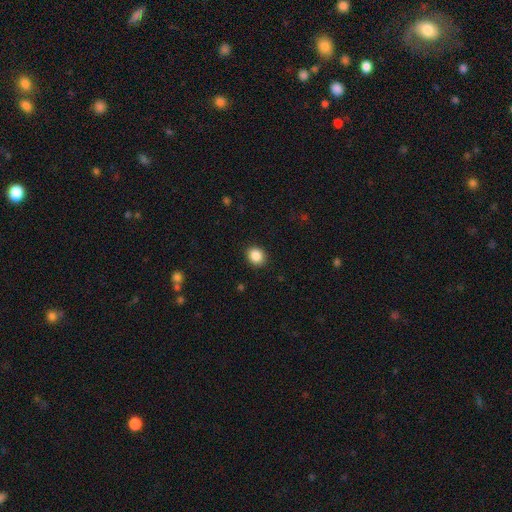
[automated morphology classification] Overall: smooth (88%). How rounded: round (66%; in between 33%). Merging: none (90%).